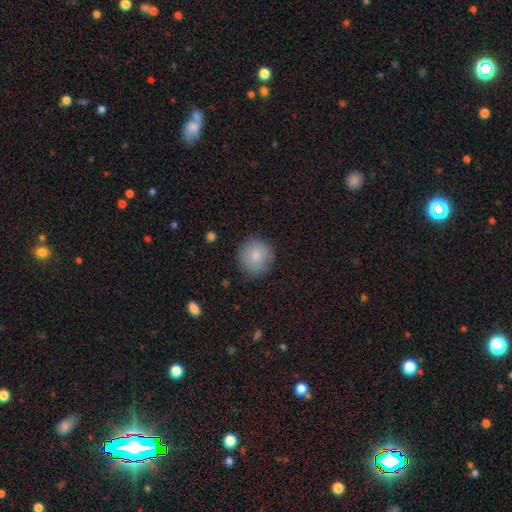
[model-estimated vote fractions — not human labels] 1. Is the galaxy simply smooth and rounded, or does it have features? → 84% smooth, 8% featured or disk, 7% star or artifact.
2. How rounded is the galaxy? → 89% round, 10% in between, 1% cigar-shaped.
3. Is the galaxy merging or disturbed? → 82% none, 13% minor disturbance, 3% major disturbance, 1% merger.